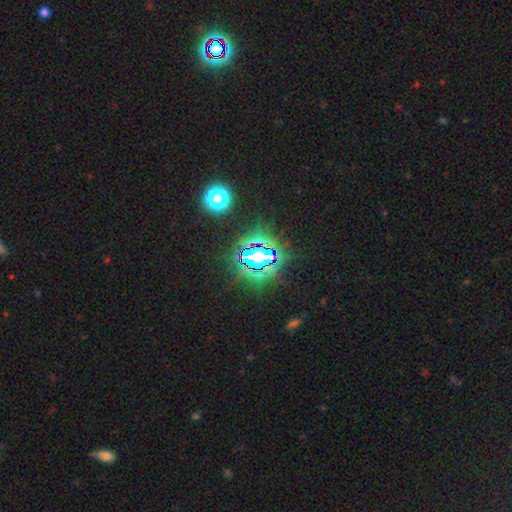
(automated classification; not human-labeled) smooth_or_featured: star or artifact (p=0.80) [alt: smooth p=0.11]